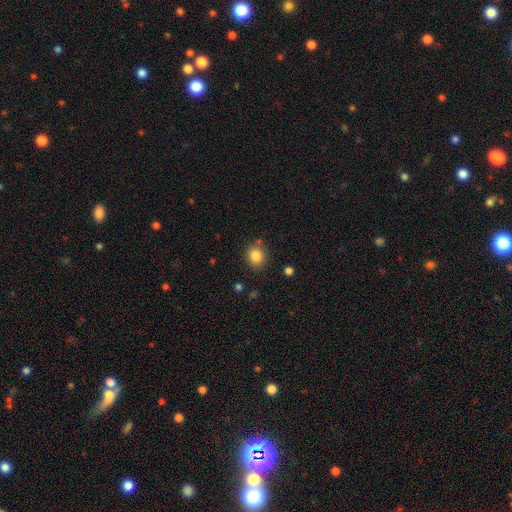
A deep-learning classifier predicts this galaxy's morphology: Q: Smooth or featured?
A: smooth (85%); runner-up: star or artifact (10%)
Q: How rounded?
A: round (78%); runner-up: in between (21%)
Q: Merging?
A: none (81%); runner-up: minor disturbance (11%)